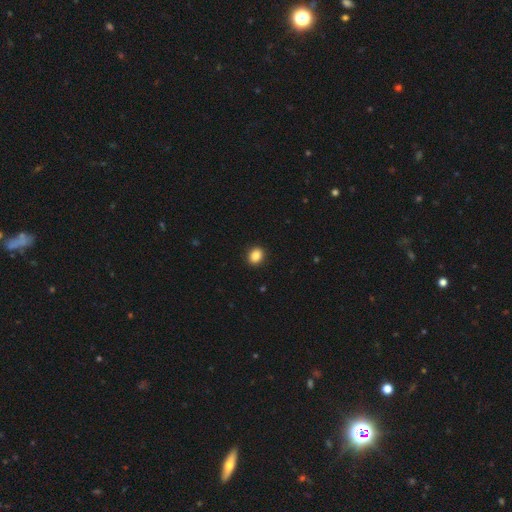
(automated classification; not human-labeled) Smooth or featured: smooth — 87% (star or artifact — 9%)
How rounded: round — 60% (in between — 39%)
Merging: none — 92% (minor disturbance — 5%)